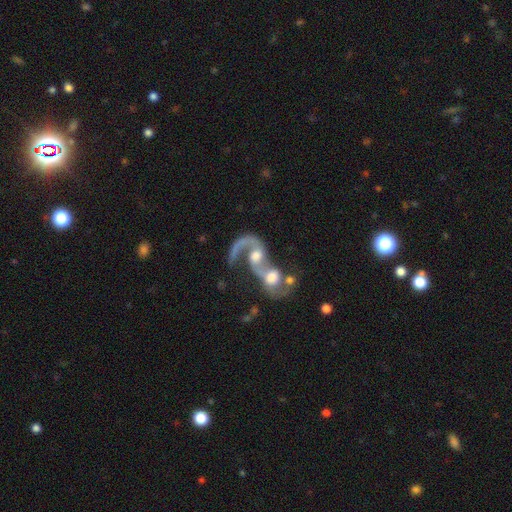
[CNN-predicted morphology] A featured or disk galaxy (73%) with no bar (64%), 1 (51%) loose (68%) spiral arms (83%) and a moderate central bulge (50%). Merging: merger (78%).